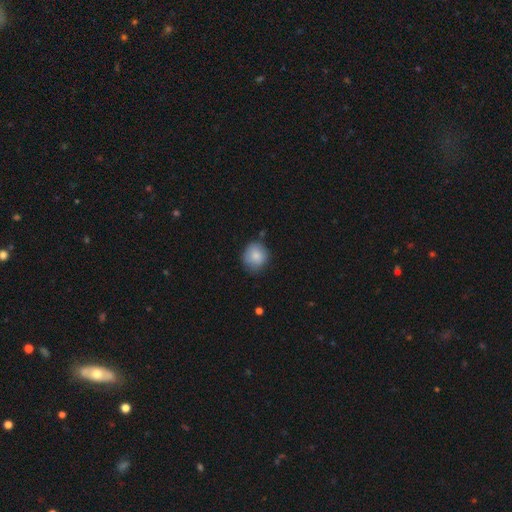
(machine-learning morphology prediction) Overall: smooth (83%). How rounded: round (86%). Merging: none (74%).